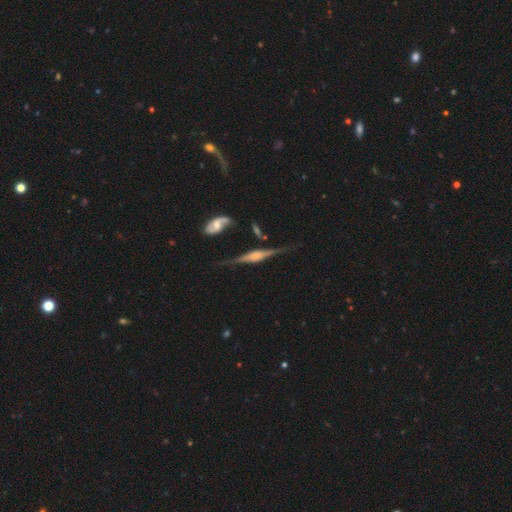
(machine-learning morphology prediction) Smooth or featured? featured or disk (85%)
Edge-on disk? yes (95%)
Edge-on bulge? rounded (64%)
Merging? none (65%)